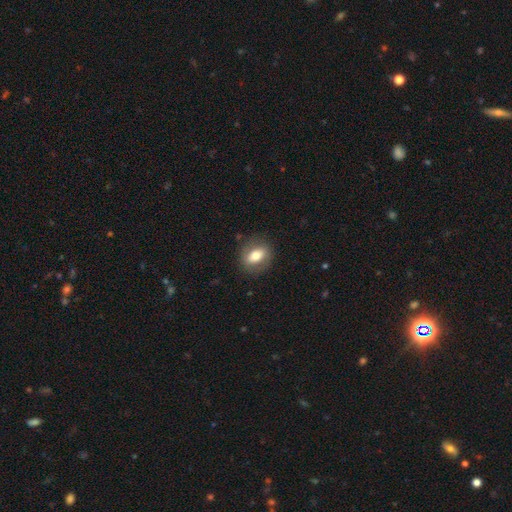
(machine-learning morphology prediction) Q: Smooth or featured?
A: smooth (70%); runner-up: featured or disk (22%)
Q: How rounded?
A: in between (65%); runner-up: round (32%)
Q: Merging?
A: none (83%); runner-up: minor disturbance (12%)